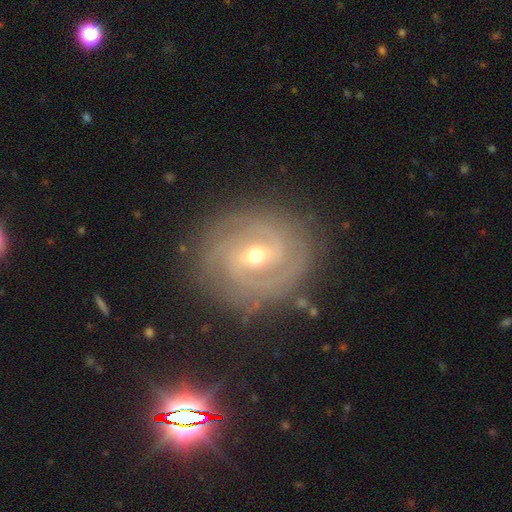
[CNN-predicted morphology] smooth-or-featured: featured or disk: 86% | star or artifact: 7% | smooth: 7%
  disk-edge-on: no: 97% | yes: 3%
    bar: weak: 51% | no: 26% | strong: 23%
    has-spiral-arms: yes: 96% | no: 4%
      spiral-winding: tight: 71% | medium: 24% | loose: 5%
      spiral-arm-count: 2: 45% | 3: 19% | can't tell: 19% | 4: 7% | more than 4: 5% | 1: 4%
    bulge-size: moderate: 52% | small: 45% | large: 2% | none: 1% | dominant: 1%
  merging: none: 82% | minor disturbance: 12% | major disturbance: 4% | merger: 1%